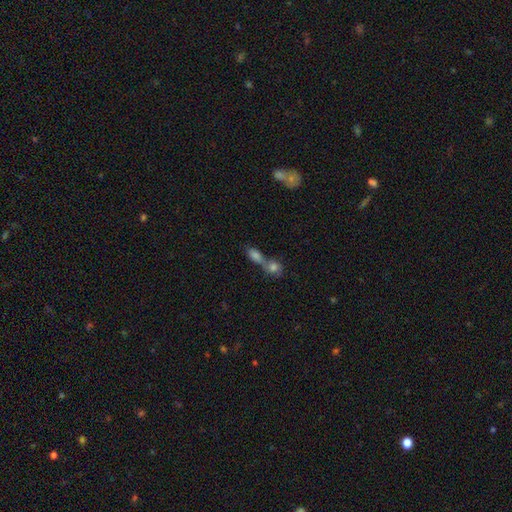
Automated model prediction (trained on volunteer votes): Q: Smooth or featured?
A: smooth (68%); runner-up: featured or disk (17%)
Q: How rounded?
A: in between (63%); runner-up: round (25%)
Q: Merging?
A: merger (65%); runner-up: none (24%)